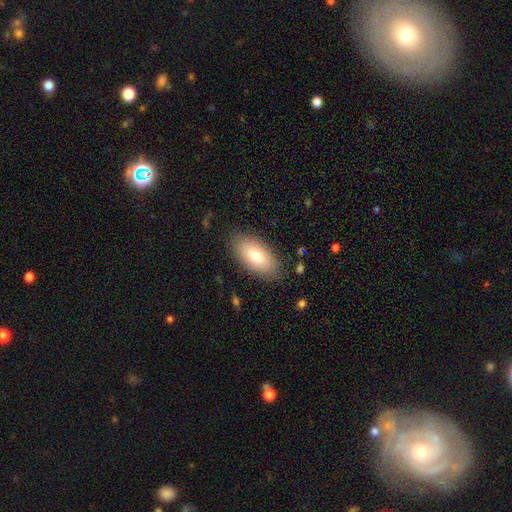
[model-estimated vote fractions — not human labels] smooth_or_featured: smooth (p=0.75) [alt: featured or disk p=0.18]
how_rounded: in between (p=0.92) [alt: cigar-shaped p=0.04]
merging: none (p=0.85) [alt: minor disturbance p=0.11]